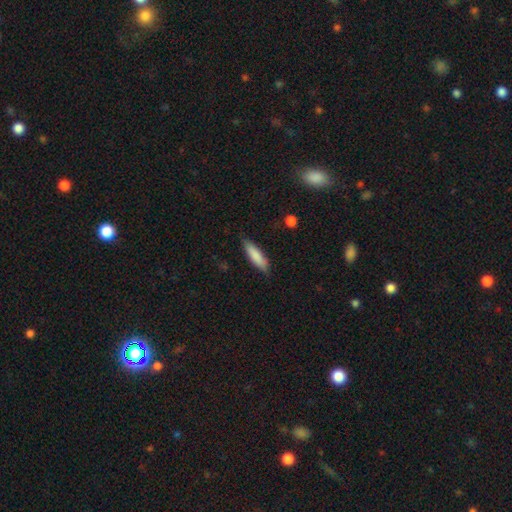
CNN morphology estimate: Smooth or featured? smooth (84%)
How rounded? cigar-shaped (65%)
Merging? none (83%)